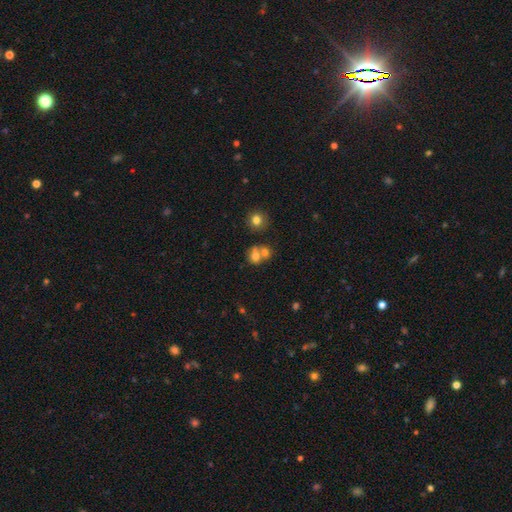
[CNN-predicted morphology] Smooth or featured: smooth — 71% (featured or disk — 16%)
How rounded: round — 57% (in between — 41%)
Merging: merger — 54% (none — 32%)